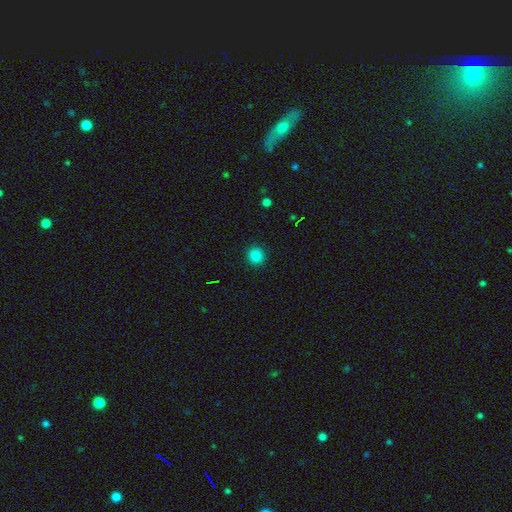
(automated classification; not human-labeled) Morphology: type=smooth (84%); roundness=round (91%); merging=none (91%).